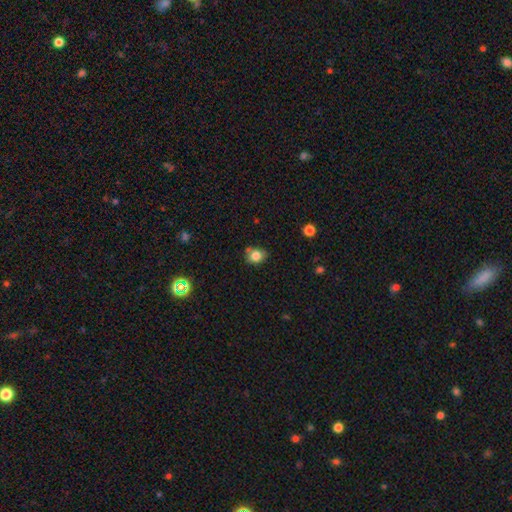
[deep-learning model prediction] A smooth galaxy with no disk features (80%) that is round (62%).

Vote fractions:
- Smooth or featured? smooth: 80% / star or artifact: 12% / featured or disk: 8%
- How rounded? round: 62% / in between: 37% / cigar-shaped: 1%
- Merging? none: 67% / minor disturbance: 19% / merger: 9% / major disturbance: 4%